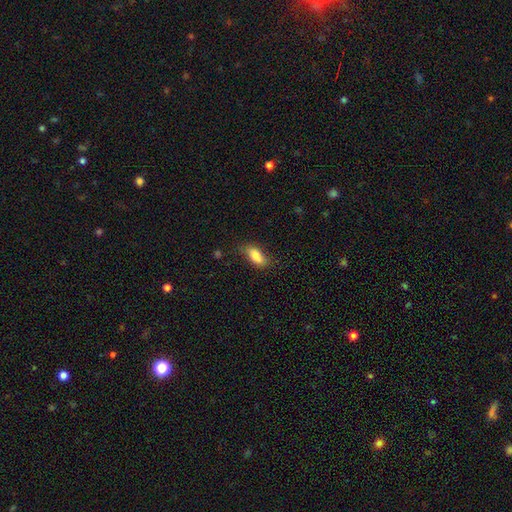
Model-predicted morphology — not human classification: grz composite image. It shows a smooth galaxy with no disk features (80%) that is in between round and cigar-shaped (86%). Merging: none (73%).